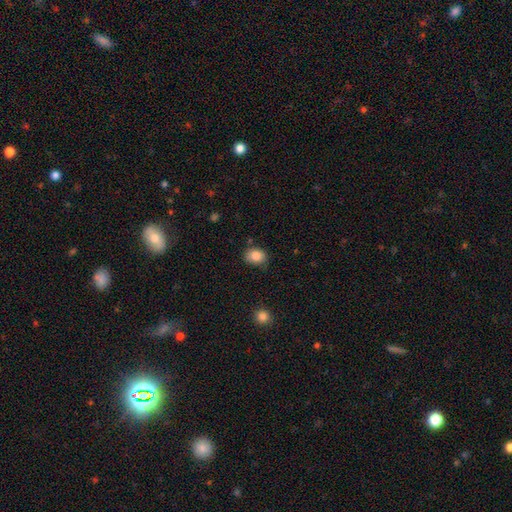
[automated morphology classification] Smooth or featured?
  - smooth: 85% *
  - star or artifact: 9%
  - featured or disk: 6%
How rounded?
  - in between: 50% *
  - round: 49%
  - cigar-shaped: 1%
Merging?
  - none: 74% *
  - minor disturbance: 20%
  - major disturbance: 4%
  - merger: 3%